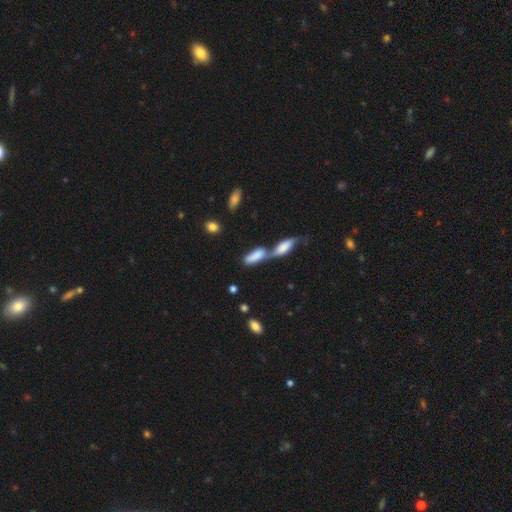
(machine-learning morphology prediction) smooth 70%, featured or disk 22%, star or artifact 8%. Down the decision tree: how rounded — in between (68%); merging — merger (70%).